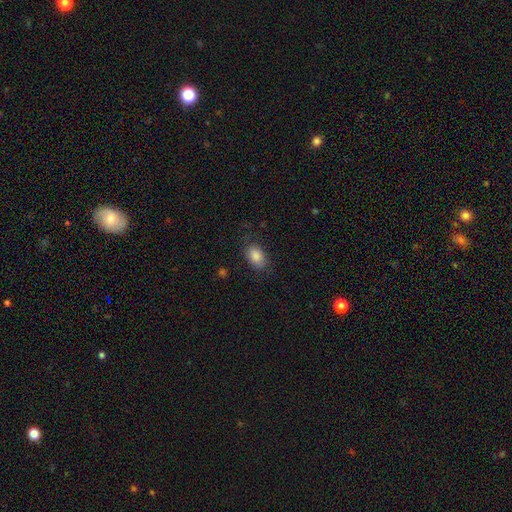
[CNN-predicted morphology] smooth_or_featured: smooth (p=0.85) [alt: star or artifact p=0.08]
how_rounded: in between (p=0.87) [alt: round p=0.11]
merging: none (p=0.79) [alt: minor disturbance p=0.15]